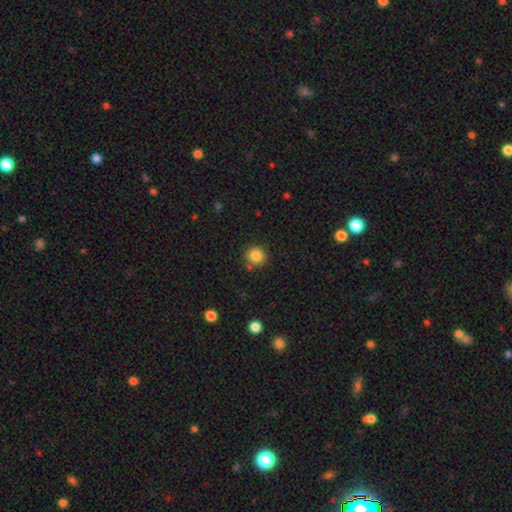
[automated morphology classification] smooth_or_featured: smooth (p=0.83) [alt: star or artifact p=0.11]
how_rounded: round (p=0.92) [alt: in between p=0.07]
merging: none (p=0.83) [alt: minor disturbance p=0.09]